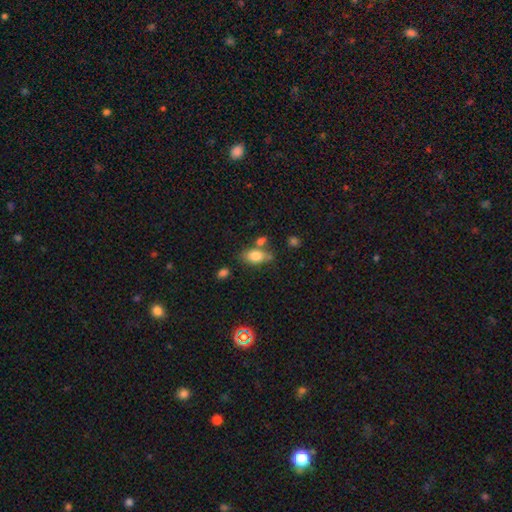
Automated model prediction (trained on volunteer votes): smooth-or-featured: smooth: 79% | featured or disk: 12% | star or artifact: 9%
  how-rounded: in between: 85% | round: 11% | cigar-shaped: 4%
  merging: none: 61% | minor disturbance: 17% | merger: 16% | major disturbance: 5%